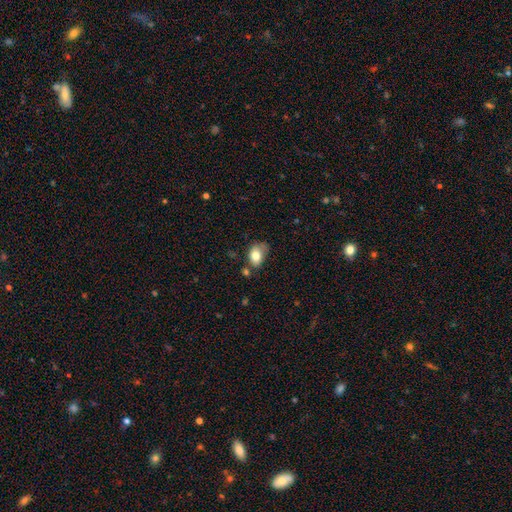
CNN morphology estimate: type=smooth (78%); roundness=in between (79%); merging=none (44%).